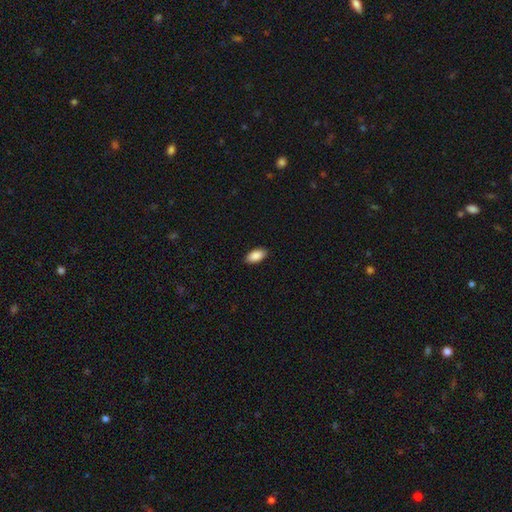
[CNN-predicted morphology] Smooth or featured?
  - smooth: 89% *
  - star or artifact: 7%
  - featured or disk: 4%
How rounded?
  - in between: 93% *
  - cigar-shaped: 4%
  - round: 3%
Merging?
  - none: 90% *
  - minor disturbance: 8%
  - major disturbance: 2%
  - merger: 1%